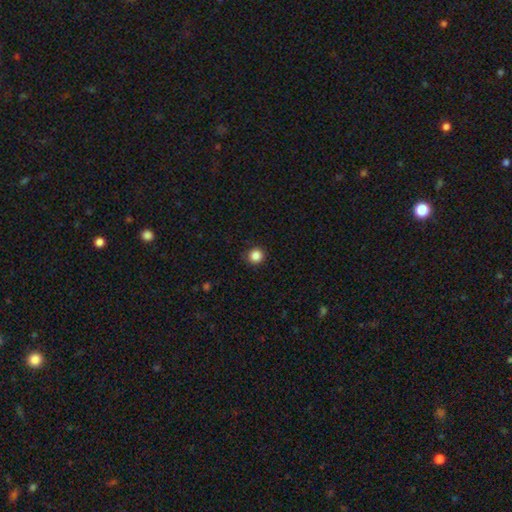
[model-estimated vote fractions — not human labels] Smooth or featured? Predicted: smooth (p=0.86). How rounded? Predicted: round (p=0.94). Merging? Predicted: none (p=0.89).